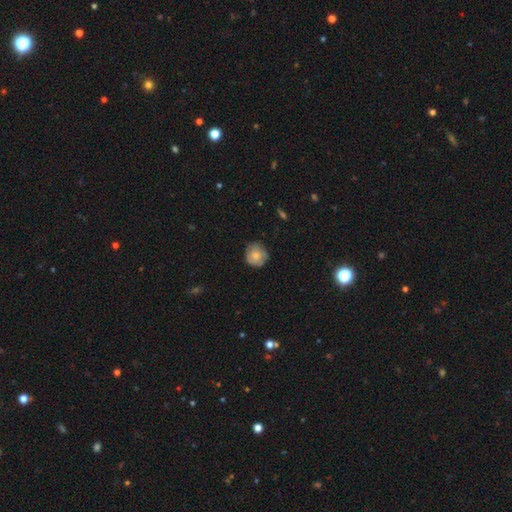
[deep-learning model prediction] This appears to be a smooth galaxy with no disk features (64%) that is round (88%). Merging: none (74%).